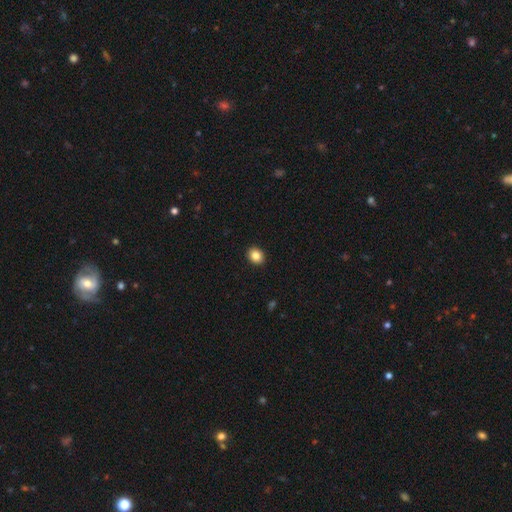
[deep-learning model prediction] Q: Smooth or featured?
A: smooth (85%); runner-up: star or artifact (10%)
Q: How rounded?
A: round (61%); runner-up: in between (39%)
Q: Merging?
A: none (92%); runner-up: minor disturbance (5%)